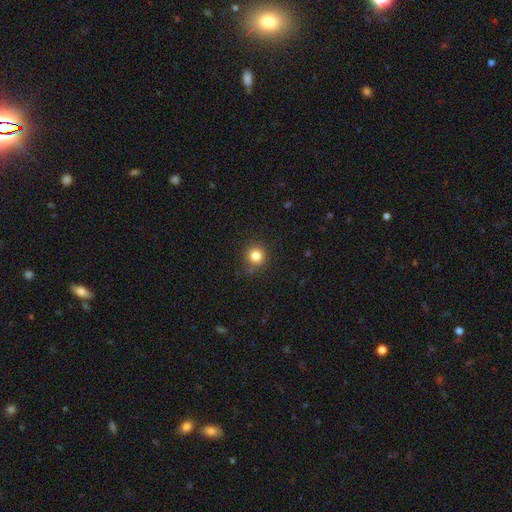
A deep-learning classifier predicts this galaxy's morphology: Smooth or featured? Predicted: smooth (p=0.83). How rounded? Predicted: round (p=0.93). Merging? Predicted: none (p=0.88).